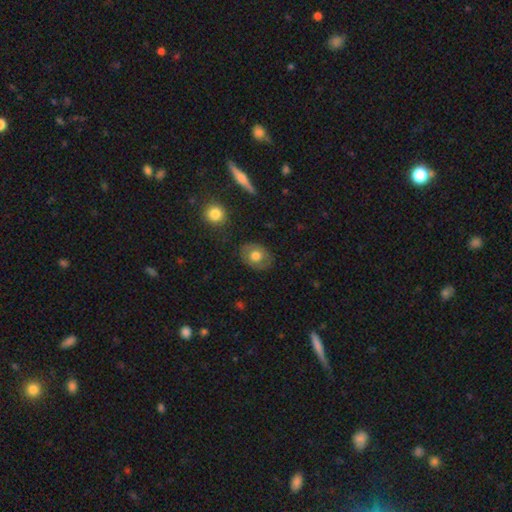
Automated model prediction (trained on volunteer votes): This appears to be a smooth galaxy with no disk features (66%) that is in between round and cigar-shaped (62%). Merging: none (82%).